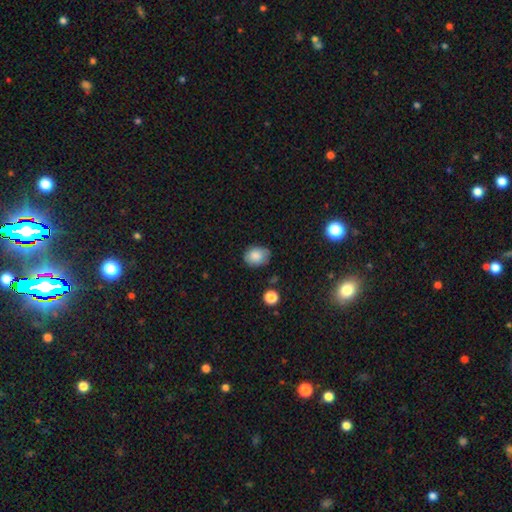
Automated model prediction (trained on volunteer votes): smooth 83%, star or artifact 9%, featured or disk 8%. Down the decision tree: how rounded — in between (56%); merging — none (71%).